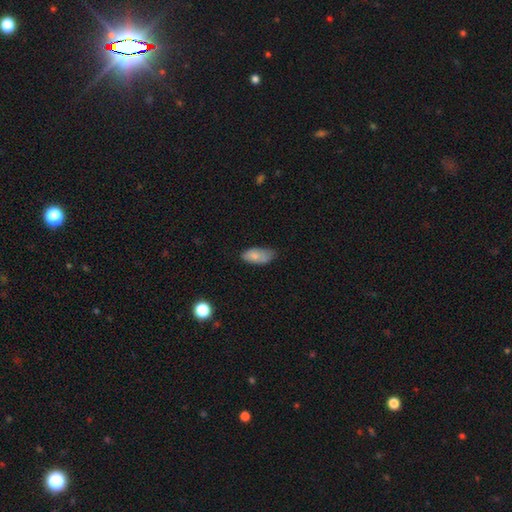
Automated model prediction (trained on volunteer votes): Morphology: type=smooth (79%); roundness=in between (92%); merging=none (52%).